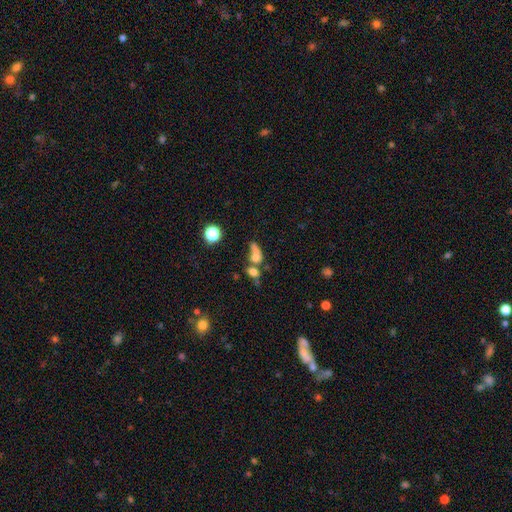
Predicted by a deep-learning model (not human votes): Smooth or featured? Predicted: smooth (p=0.61). How rounded? Predicted: in between (p=0.58). Merging? Predicted: merger (p=0.53).